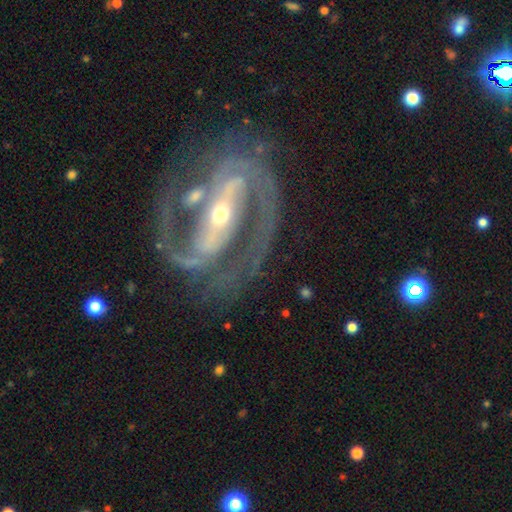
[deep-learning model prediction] Smooth or featured? Predicted: featured or disk (p=0.92). Edge-on disk? Predicted: no (p=0.97). Bar? Predicted: strong (p=0.71). Spiral arms? Predicted: yes (p=0.98). Spiral winding? Predicted: medium (p=0.53). Spiral arm count? Predicted: 2 (p=0.89). Bulge size? Predicted: small (p=0.55). Merging? Predicted: none (p=0.70).